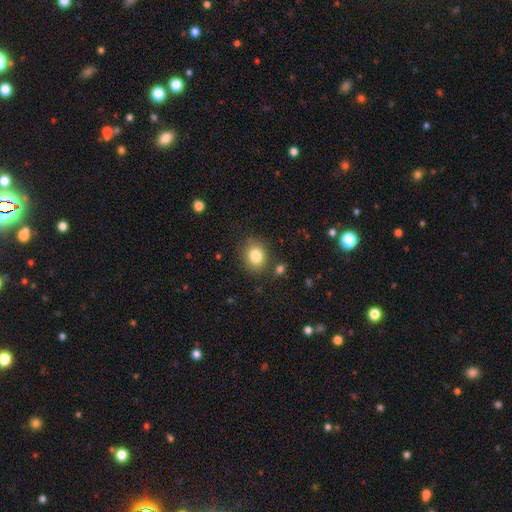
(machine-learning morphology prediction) Smooth or featured? smooth (83%)
How rounded? round (63%)
Merging? none (82%)